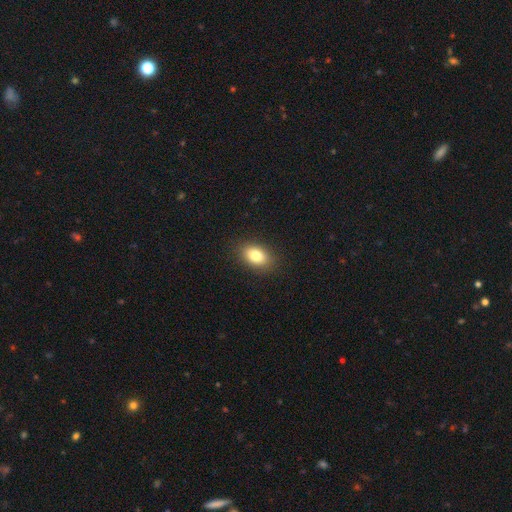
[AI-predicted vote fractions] This is clearly a smooth galaxy (82%). How rounded: clearly in between (84%). Merging: clearly none (88%).